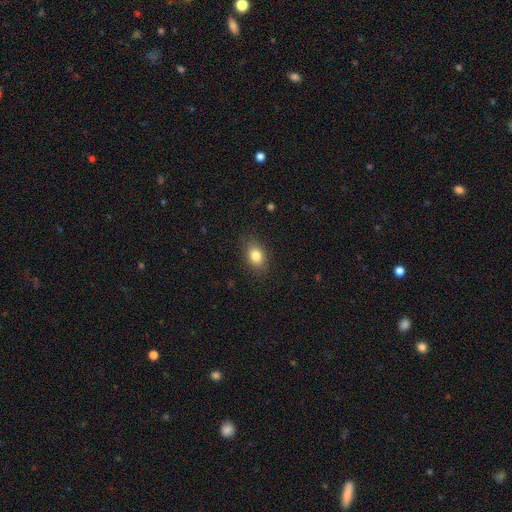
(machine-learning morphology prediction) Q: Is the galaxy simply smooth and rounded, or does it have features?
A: smooth — 83%.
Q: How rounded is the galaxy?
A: in between — 72%.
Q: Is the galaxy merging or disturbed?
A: none — 85%.